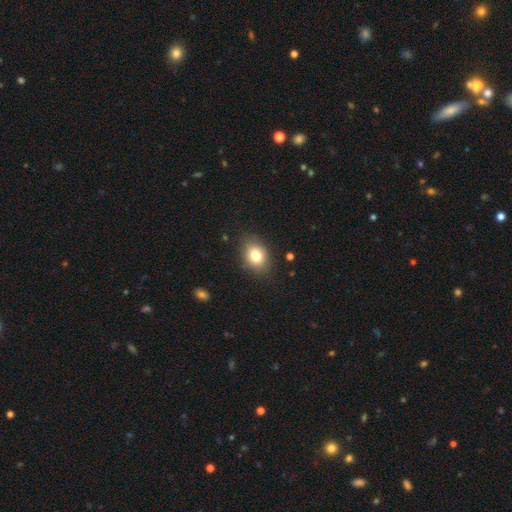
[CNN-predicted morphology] Overall: smooth (79%). How rounded: in between (64%; round 35%). Merging: none (84%).